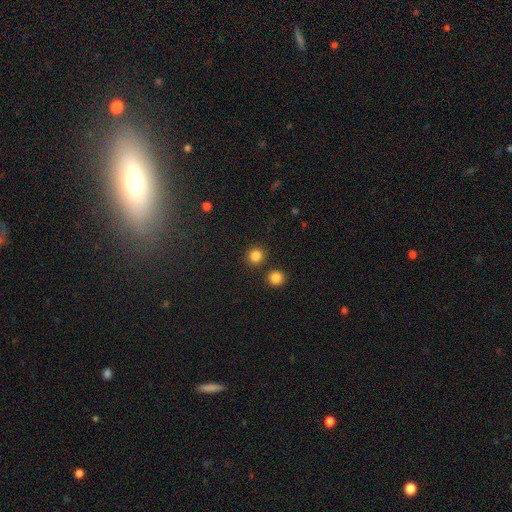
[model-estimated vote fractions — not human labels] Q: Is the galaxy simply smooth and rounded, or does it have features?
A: smooth — 83%.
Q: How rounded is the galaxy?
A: round — 90%.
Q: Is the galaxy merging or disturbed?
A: none — 84%.